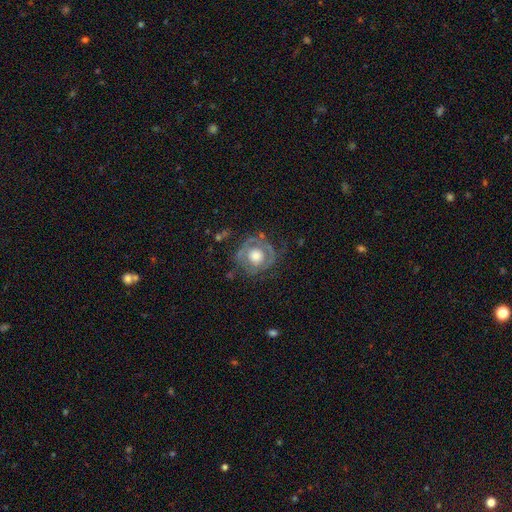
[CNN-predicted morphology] A featured or disk galaxy (61%) with no bar (86%), no spiral arms (58%) and a large central bulge (47%). Merging: none (65%).